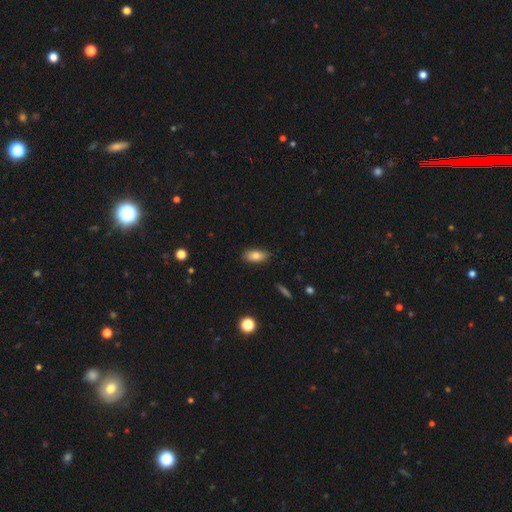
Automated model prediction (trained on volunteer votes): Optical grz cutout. It shows a smooth galaxy with no disk features (81%) that is in between round and cigar-shaped (86%). Merging: none (83%).